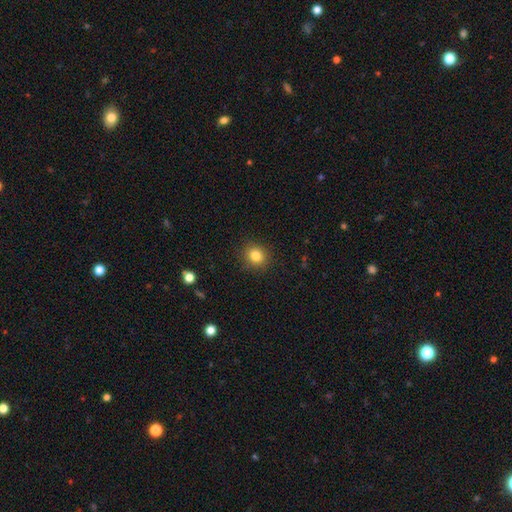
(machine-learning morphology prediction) Overall: smooth (83%). How rounded: round (79%). Merging: none (89%).